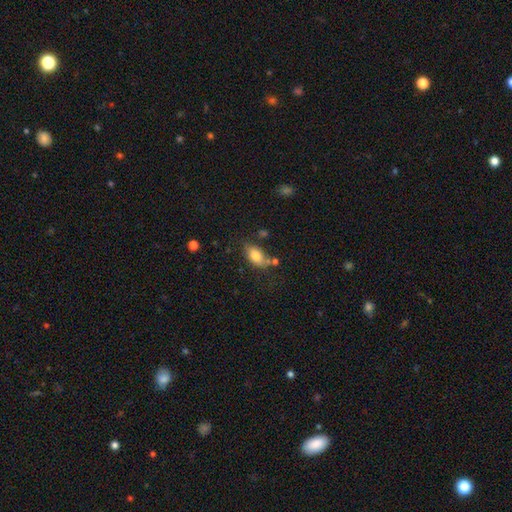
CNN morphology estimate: A smooth galaxy with no disk features (80%) that is in between round and cigar-shaped (89%). Merging: none (62%).